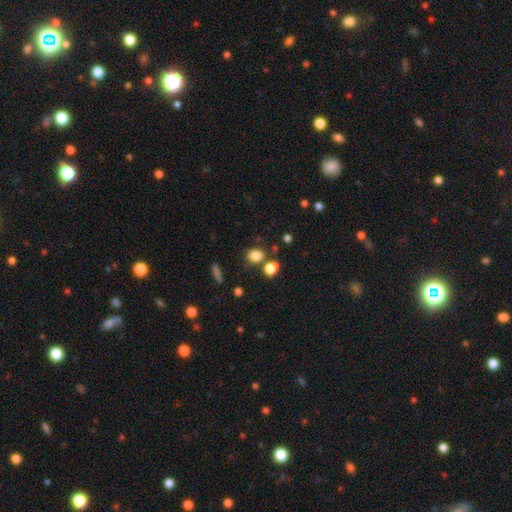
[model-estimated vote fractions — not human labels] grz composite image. It shows a smooth galaxy with no disk features (81%) that is round (57%). Merging: none (67%).